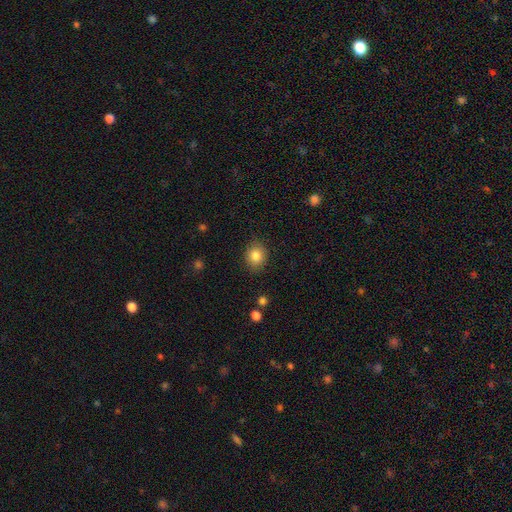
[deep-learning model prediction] smooth-or-featured: smooth: 82% | star or artifact: 10% | featured or disk: 8%
  how-rounded: round: 64% | in between: 35% | cigar-shaped: 1%
  merging: none: 86% | minor disturbance: 10% | major disturbance: 2% | merger: 1%